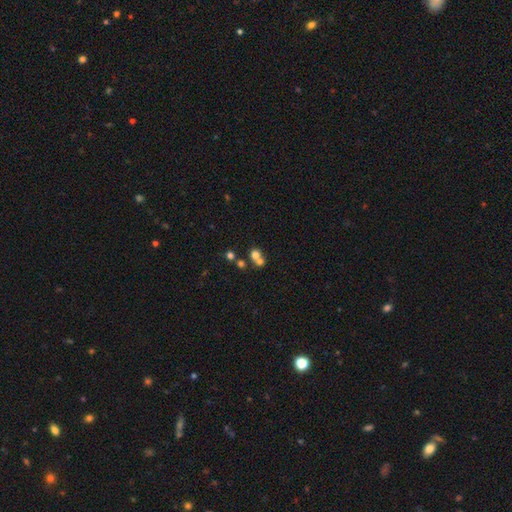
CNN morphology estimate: Smooth or featured? smooth (67%)
How rounded? round (80%)
Merging? merger (52%)